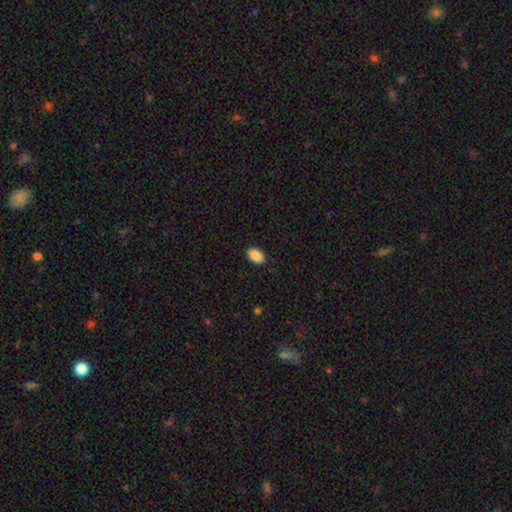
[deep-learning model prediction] A smooth galaxy with no disk features (90%) that is in between round and cigar-shaped (93%).

Vote fractions:
- Smooth or featured? smooth: 90% / star or artifact: 7% / featured or disk: 3%
- How rounded? in between: 93% / round: 6% / cigar-shaped: 2%
- Merging? none: 88% / minor disturbance: 9% / major disturbance: 2% / merger: 1%